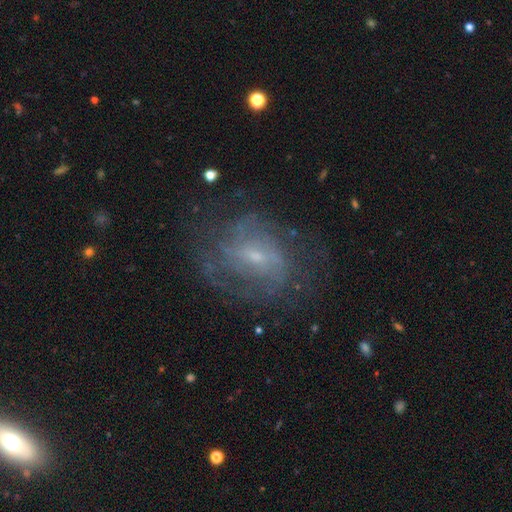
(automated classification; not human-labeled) Morphology: type=featured or disk (75%); edge-on=no (97%); bar=weak (50%); spiral arms=yes (82%); winding=medium (41%); arm count=can't tell (47%); bulge=small (70%); merging=none (65%).